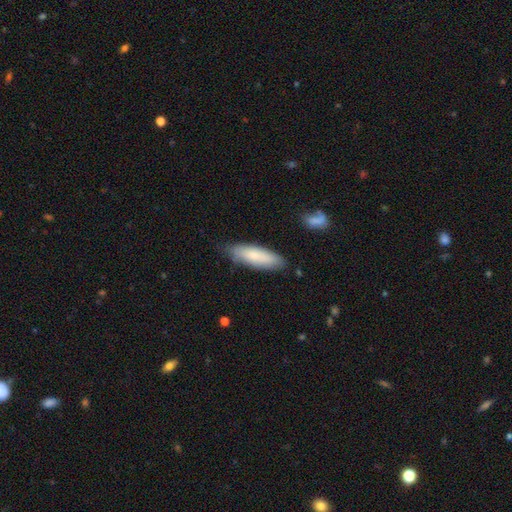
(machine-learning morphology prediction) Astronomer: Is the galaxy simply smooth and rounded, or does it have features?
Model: smooth — 76%.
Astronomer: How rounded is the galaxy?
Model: cigar-shaped — 53% (runner-up: in between, 45%).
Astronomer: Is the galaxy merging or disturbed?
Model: none — 78%.